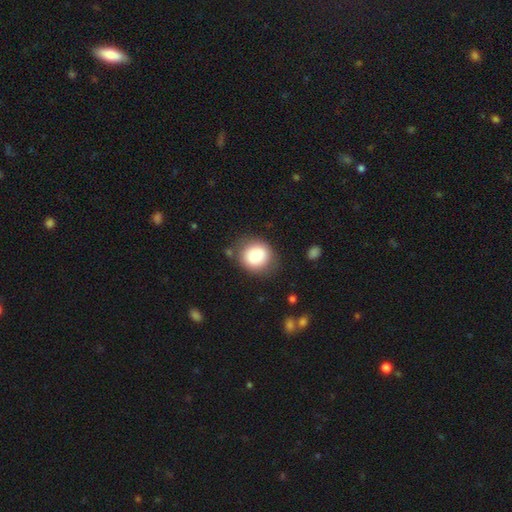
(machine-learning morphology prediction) A smooth galaxy with no disk features (81%) that is round (84%). Merging: none (79%).